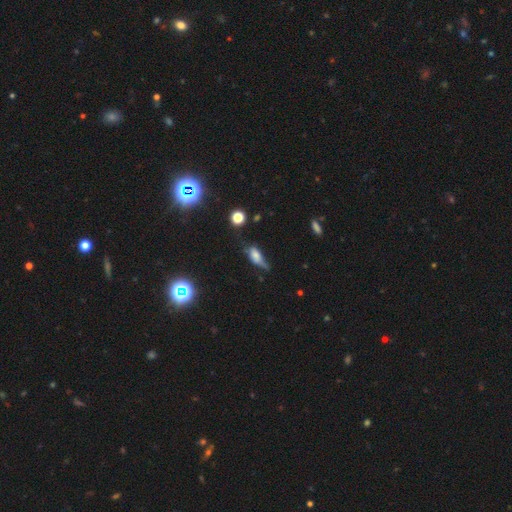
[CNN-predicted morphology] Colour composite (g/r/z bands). It shows a smooth galaxy with no disk features (57%) that is in between round and cigar-shaped (71%). Merging: minor disturbance (38%).